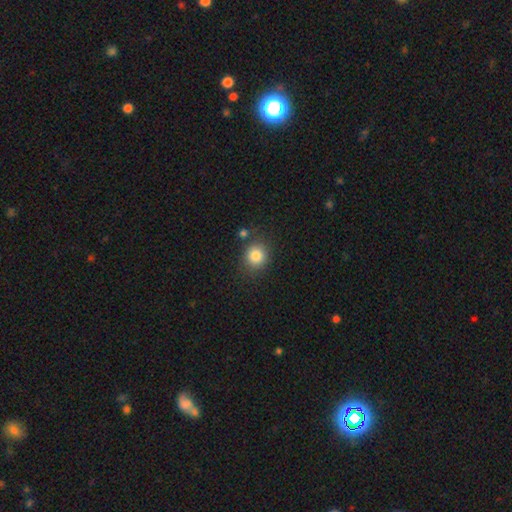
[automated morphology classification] A smooth galaxy with no disk features (84%) that is round (82%). Merging: none (79%).